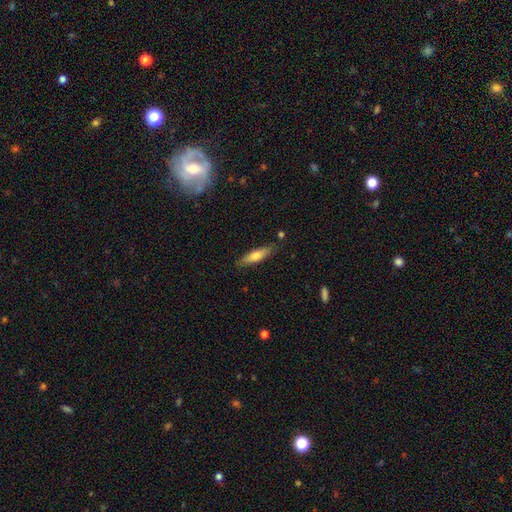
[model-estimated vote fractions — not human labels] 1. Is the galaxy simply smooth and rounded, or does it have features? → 69% smooth, 25% featured or disk, 6% star or artifact.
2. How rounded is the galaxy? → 66% cigar-shaped, 32% in between, 2% round.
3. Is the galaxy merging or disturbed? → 82% none, 13% minor disturbance, 3% merger, 3% major disturbance.